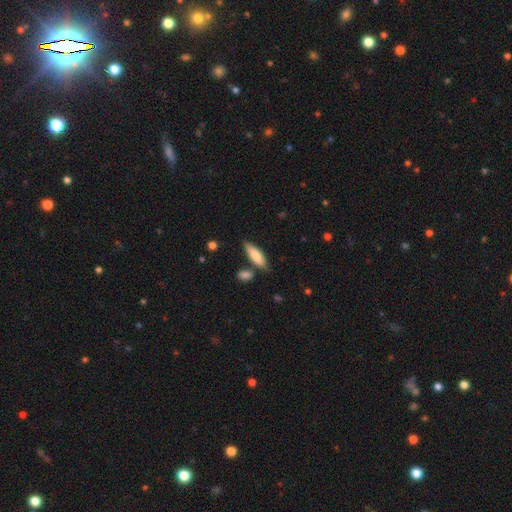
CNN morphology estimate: The model was most divided on "how rounded": in between: 50%, cigar-shaped: 48%, round: 2%. More confident: smooth or featured — smooth (82%); merging — none (72%).